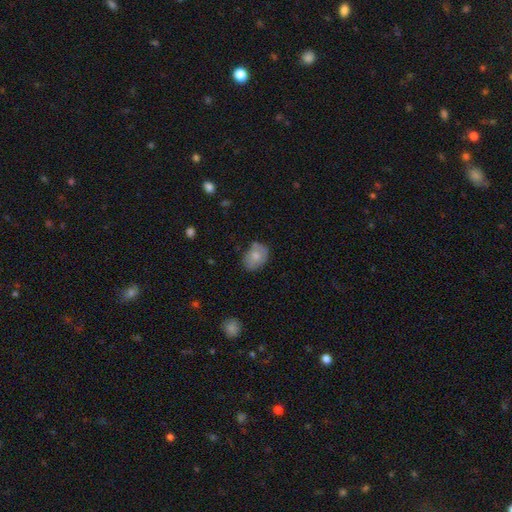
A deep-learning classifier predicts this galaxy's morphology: A smooth galaxy with no disk features (74%) that is in between round and cigar-shaped (71%).

Vote fractions:
- Smooth or featured? smooth: 74% / featured or disk: 18% / star or artifact: 8%
- How rounded? in between: 71% / round: 28% / cigar-shaped: 1%
- Merging? none: 67% / minor disturbance: 25% / major disturbance: 6% / merger: 3%